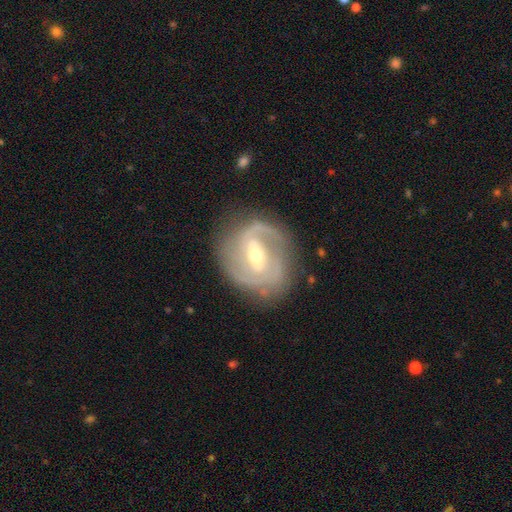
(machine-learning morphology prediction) Overall: featured or disk (87%). Edge-on disk: no (97%). Bar: weak (48%; strong 35%). Spiral arms: yes (95%). Spiral arm count: 2 (66%). Spiral winding: tight (45%; medium 42%). Bulge size: moderate (55%; small 42%). Merging: none (76%).